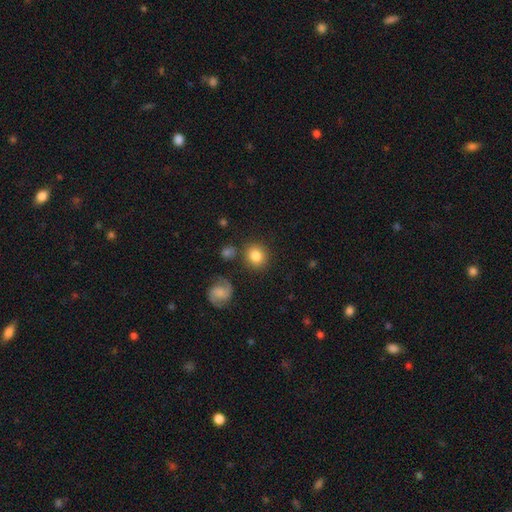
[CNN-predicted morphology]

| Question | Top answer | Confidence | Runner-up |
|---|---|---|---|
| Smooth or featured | smooth | 82% | featured or disk (10%) |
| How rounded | round | 85% | in between (14%) |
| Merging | none | 82% | minor disturbance (9%) |